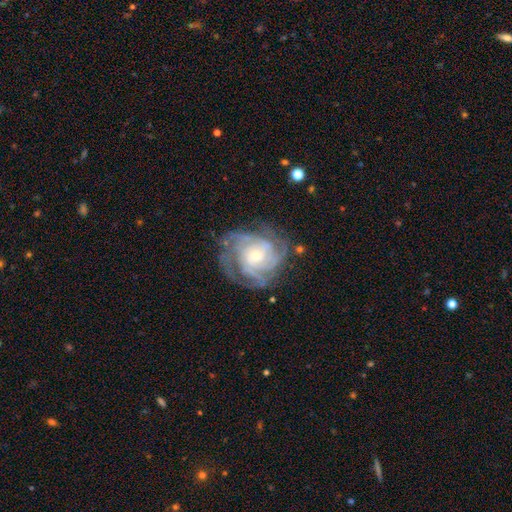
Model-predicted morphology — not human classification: This appears to be a featured or disk galaxy (87%) with no bar (72%), tight (66%) spiral arms (96%) and a small central bulge (56%). Merging: none (71%).